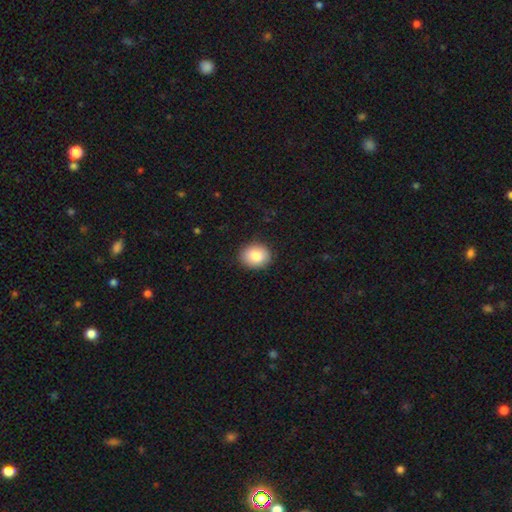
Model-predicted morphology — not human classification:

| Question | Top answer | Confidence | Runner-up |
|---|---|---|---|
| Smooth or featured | smooth | 84% | star or artifact (8%) |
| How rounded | round | 60% | in between (39%) |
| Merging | none | 89% | minor disturbance (8%) |